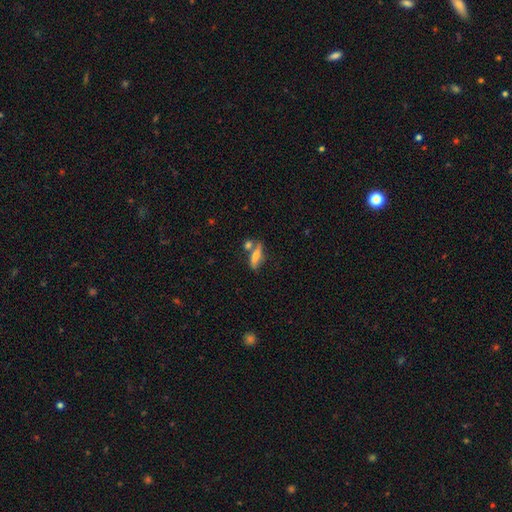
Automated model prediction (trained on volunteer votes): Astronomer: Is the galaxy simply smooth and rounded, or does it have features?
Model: smooth — 64%.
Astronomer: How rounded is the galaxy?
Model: cigar-shaped — 55% (runner-up: in between, 41%).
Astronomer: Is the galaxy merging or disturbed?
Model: none — 54%.